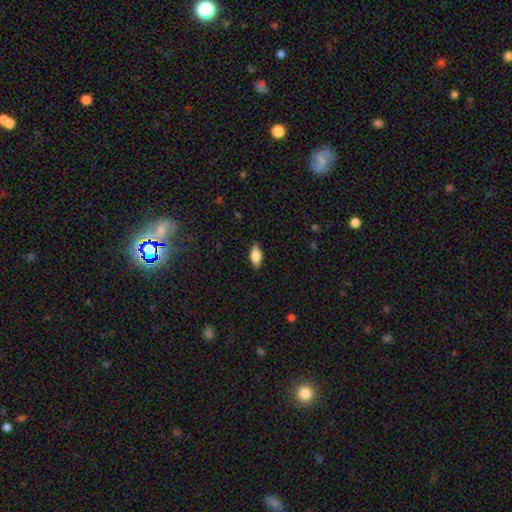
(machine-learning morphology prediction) This appears to be a smooth galaxy with no disk features (69%) that is in between round and cigar-shaped (82%). Merging: none (86%).